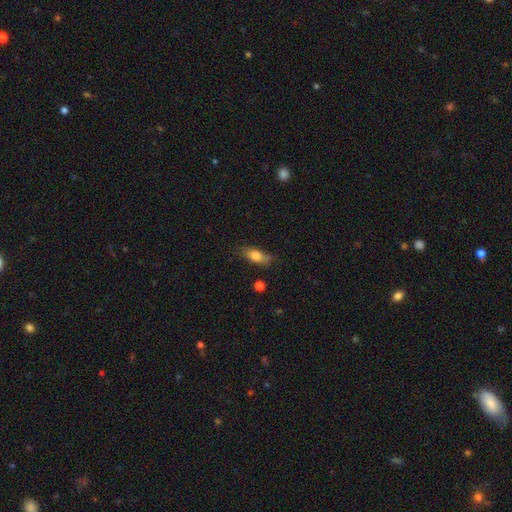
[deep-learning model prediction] smooth-or-featured: smooth: 78% | featured or disk: 15% | star or artifact: 8%
  how-rounded: in between: 77% | cigar-shaped: 19% | round: 4%
  merging: none: 73% | minor disturbance: 20% | major disturbance: 4% | merger: 3%